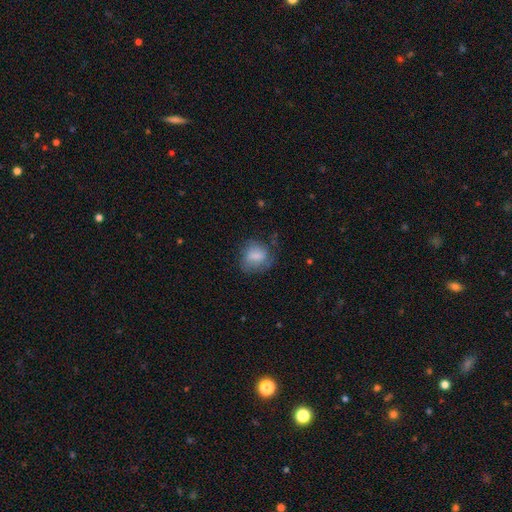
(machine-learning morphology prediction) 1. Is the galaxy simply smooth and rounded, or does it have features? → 72% smooth, 20% featured or disk, 8% star or artifact.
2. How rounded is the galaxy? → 60% round, 39% in between, 1% cigar-shaped.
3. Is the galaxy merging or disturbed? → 57% none, 26% minor disturbance, 14% major disturbance, 2% merger.